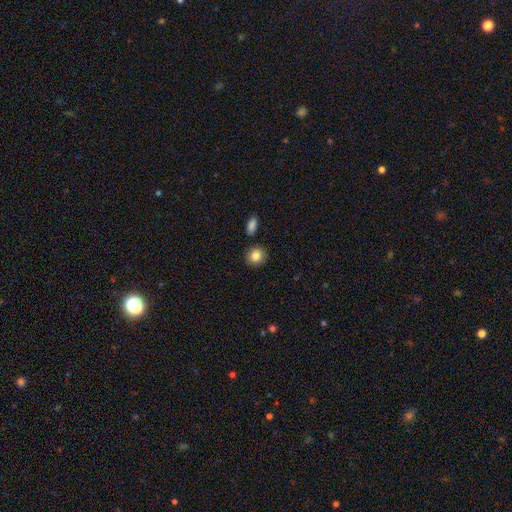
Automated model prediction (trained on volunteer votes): smooth-or-featured: smooth: 85% | star or artifact: 8% | featured or disk: 7%
  how-rounded: round: 87% | in between: 12% | cigar-shaped: 1%
  merging: none: 87% | minor disturbance: 7% | merger: 4% | major disturbance: 2%